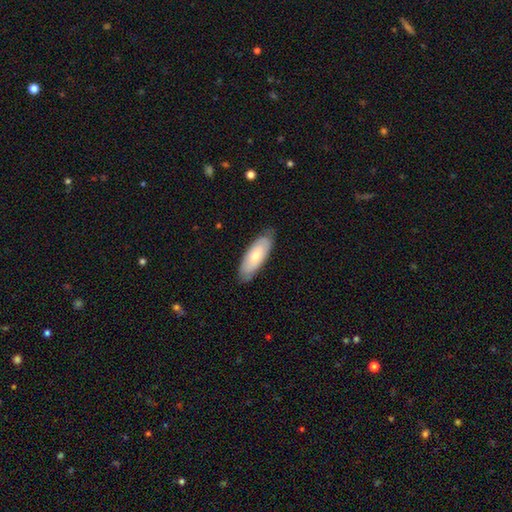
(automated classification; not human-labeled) smooth_or_featured: smooth (p=0.66) [alt: featured or disk p=0.29]
how_rounded: in between (p=0.74) [alt: cigar-shaped p=0.24]
merging: none (p=0.79) [alt: minor disturbance p=0.17]